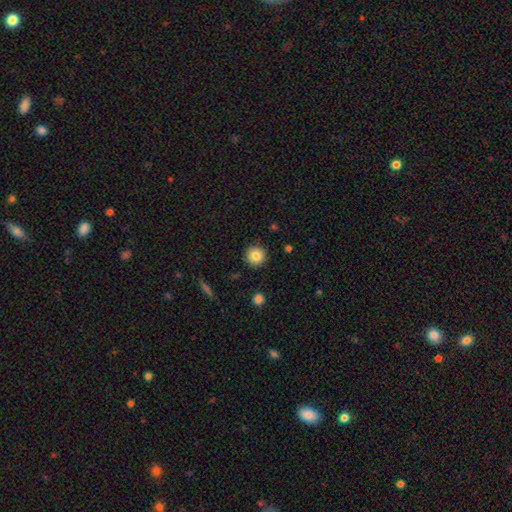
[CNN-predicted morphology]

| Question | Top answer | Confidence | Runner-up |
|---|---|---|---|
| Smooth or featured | smooth | 83% | star or artifact (10%) |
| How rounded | round | 95% | in between (4%) |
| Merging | none | 91% | minor disturbance (6%) |